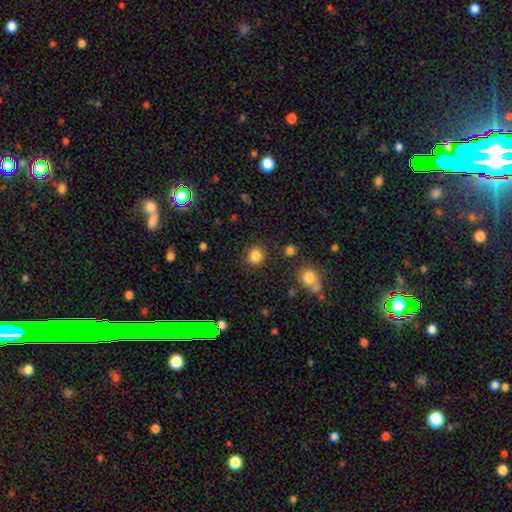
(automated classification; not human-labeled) Smooth or featured? Predicted: smooth (p=0.84). How rounded? Predicted: round (p=0.87). Merging? Predicted: none (p=0.86).